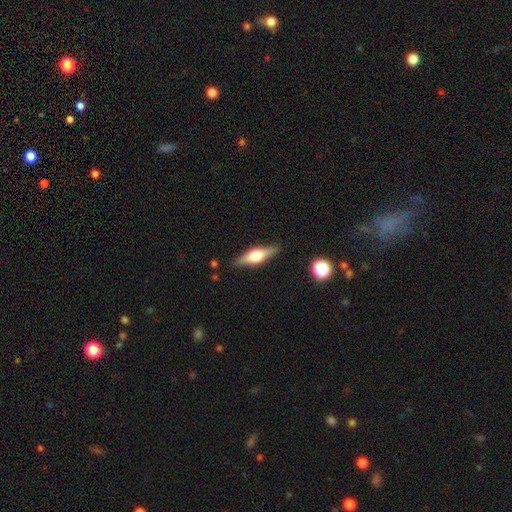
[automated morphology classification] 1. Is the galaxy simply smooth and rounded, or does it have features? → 62% featured or disk, 32% smooth, 7% star or artifact.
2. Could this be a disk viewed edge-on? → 95% yes, 5% no.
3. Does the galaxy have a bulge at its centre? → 91% rounded, 7% boxy, 2% none.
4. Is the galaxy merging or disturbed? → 86% none, 10% minor disturbance, 2% major disturbance, 2% merger.